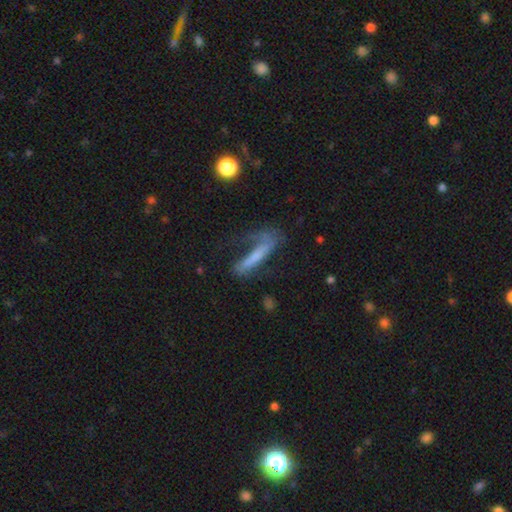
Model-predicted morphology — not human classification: Q: Smooth or featured?
A: smooth (46%); runner-up: featured or disk (44%)
Q: Merging?
A: major disturbance (38%); runner-up: none (36%)